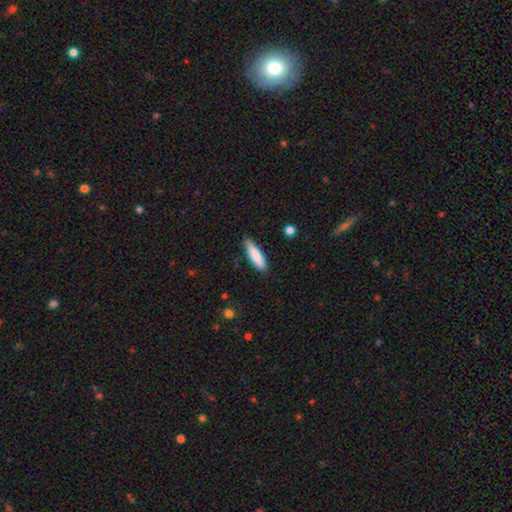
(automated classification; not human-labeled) Morphology: type=smooth (85%); roundness=cigar-shaped (67%); merging=none (85%).